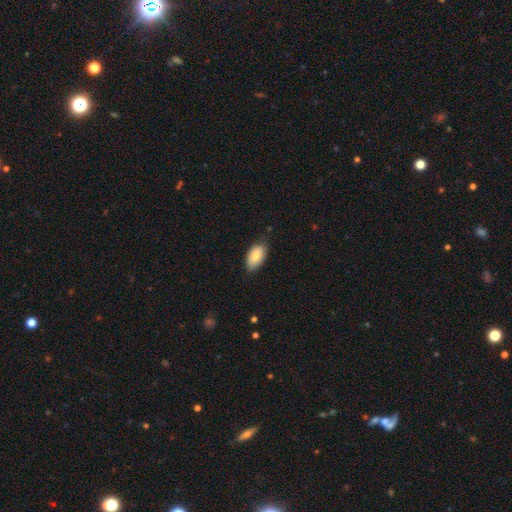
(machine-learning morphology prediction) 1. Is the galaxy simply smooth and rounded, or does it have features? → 83% smooth, 10% featured or disk, 6% star or artifact.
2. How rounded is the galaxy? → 94% in between, 3% round, 3% cigar-shaped.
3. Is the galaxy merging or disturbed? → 76% none, 20% minor disturbance, 3% major disturbance, 1% merger.